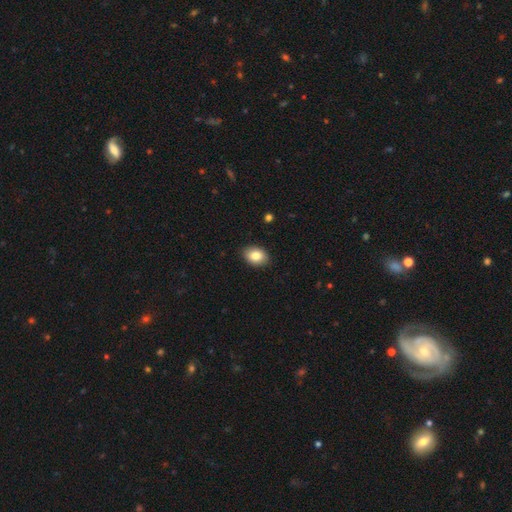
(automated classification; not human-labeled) Q: Smooth or featured?
A: smooth (85%); runner-up: star or artifact (8%)
Q: How rounded?
A: in between (76%); runner-up: round (23%)
Q: Merging?
A: none (89%); runner-up: minor disturbance (8%)